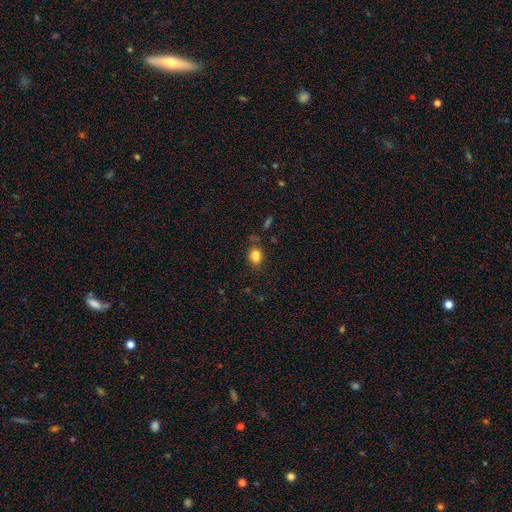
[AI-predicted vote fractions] Overall: smooth (72%). How rounded: in between (60%; round 38%). Merging: none (49%; merger 27%).